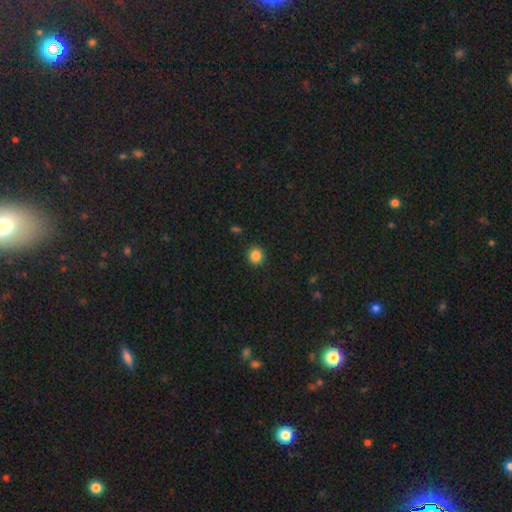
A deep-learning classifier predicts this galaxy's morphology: Smooth or featured: smooth — 85% (star or artifact — 11%)
How rounded: round — 87% (in between — 13%)
Merging: none — 91% (minor disturbance — 6%)